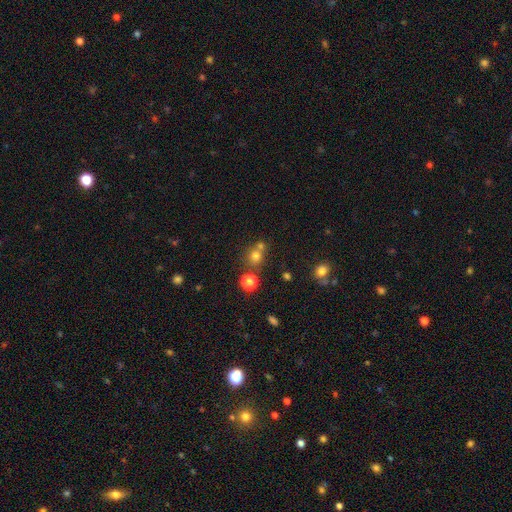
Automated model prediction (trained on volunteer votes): Q: Smooth or featured?
A: smooth (71%); runner-up: star or artifact (19%)
Q: How rounded?
A: round (84%); runner-up: in between (15%)
Q: Merging?
A: none (57%); runner-up: merger (32%)